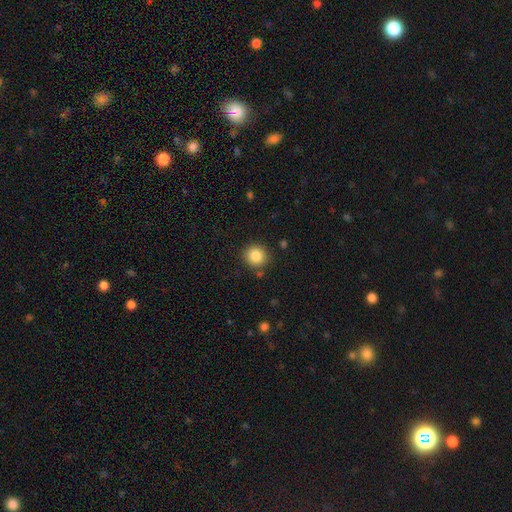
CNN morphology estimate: The model was most divided on "smooth or featured": smooth: 85%, star or artifact: 10%, featured or disk: 5%. More confident: how rounded — round (91%); merging — none (88%).